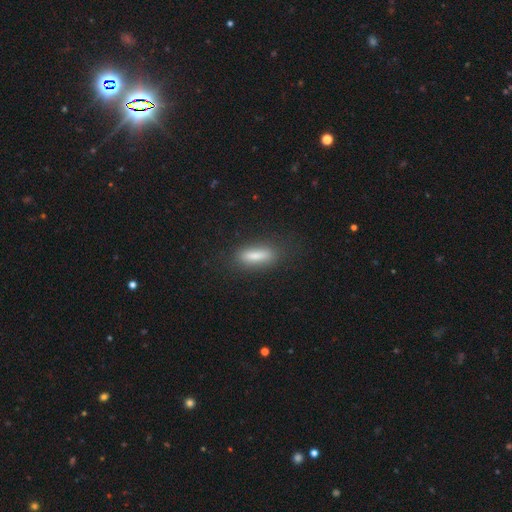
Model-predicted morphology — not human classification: A smooth galaxy with no disk features (77%) that is cigar-shaped (57%). Merging: none (81%).